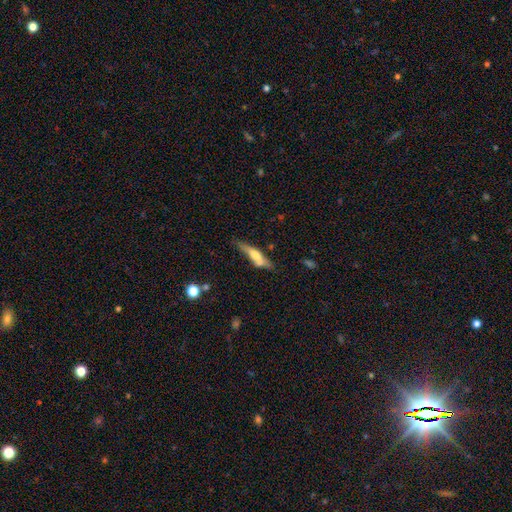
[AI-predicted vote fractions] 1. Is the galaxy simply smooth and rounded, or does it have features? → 49% smooth, 45% featured or disk, 6% star or artifact.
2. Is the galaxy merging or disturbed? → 57% none, 27% minor disturbance, 8% merger, 8% major disturbance.